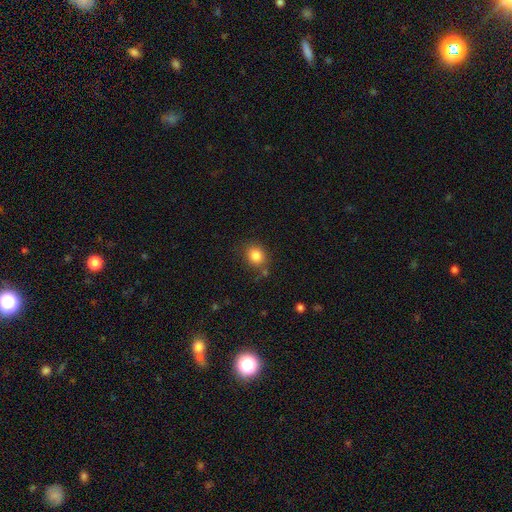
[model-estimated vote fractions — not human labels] A smooth galaxy with no disk features (84%) that is round (67%). Merging: none (76%).